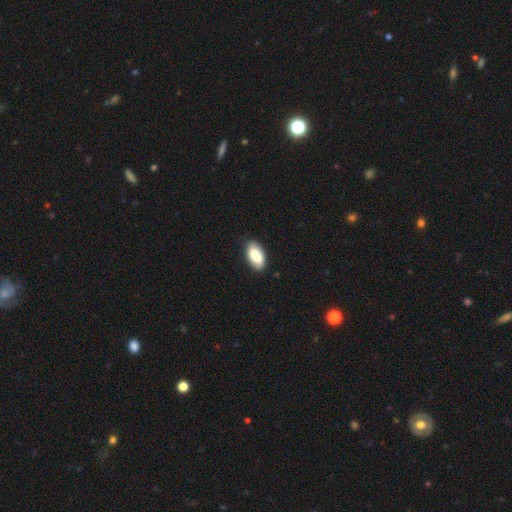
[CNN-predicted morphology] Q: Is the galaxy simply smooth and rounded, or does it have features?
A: smooth — 84%.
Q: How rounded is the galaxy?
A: in between — 94%.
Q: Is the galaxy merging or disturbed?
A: none — 84%.